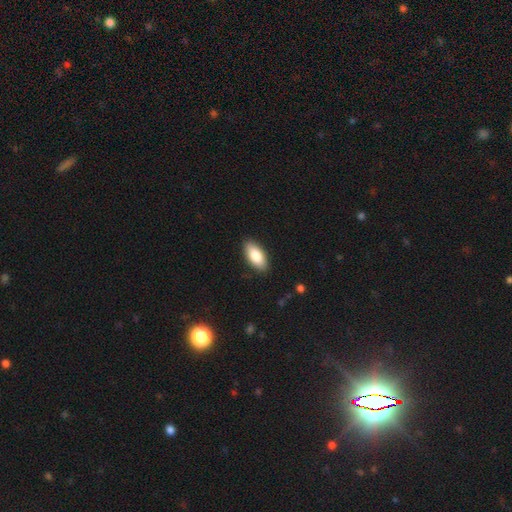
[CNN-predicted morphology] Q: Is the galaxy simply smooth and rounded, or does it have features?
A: smooth — 83%.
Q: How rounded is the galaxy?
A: in between — 89%.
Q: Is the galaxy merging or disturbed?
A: none — 88%.